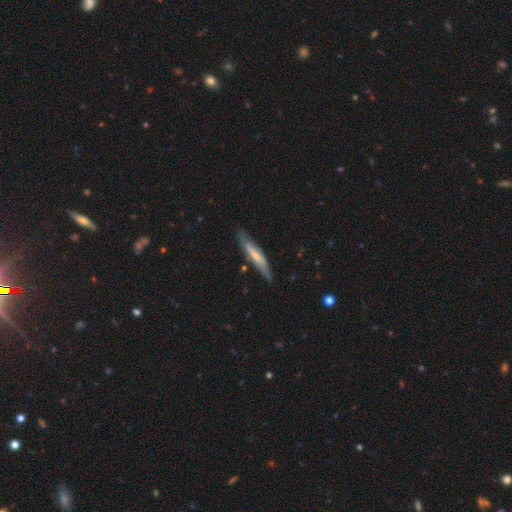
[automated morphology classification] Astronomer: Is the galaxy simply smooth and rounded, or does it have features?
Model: smooth — 49% (runner-up: featured or disk, 45%).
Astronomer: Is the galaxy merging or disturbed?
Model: none — 75%.